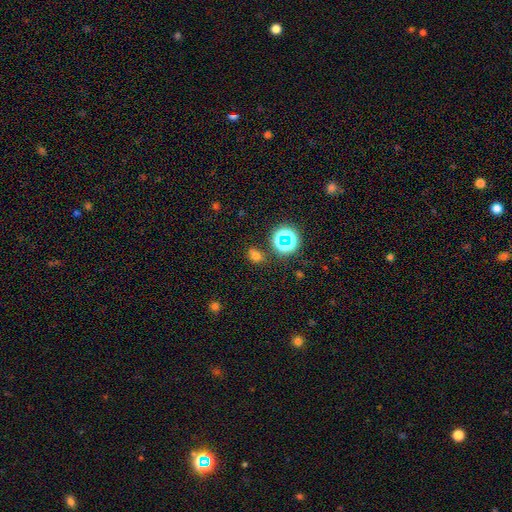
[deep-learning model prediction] Smooth or featured?
  - smooth: 60% *
  - star or artifact: 31%
  - featured or disk: 8%
How rounded?
  - in between: 53% *
  - round: 45%
  - cigar-shaped: 2%
Merging?
  - none: 68% *
  - minor disturbance: 17%
  - merger: 9%
  - major disturbance: 6%